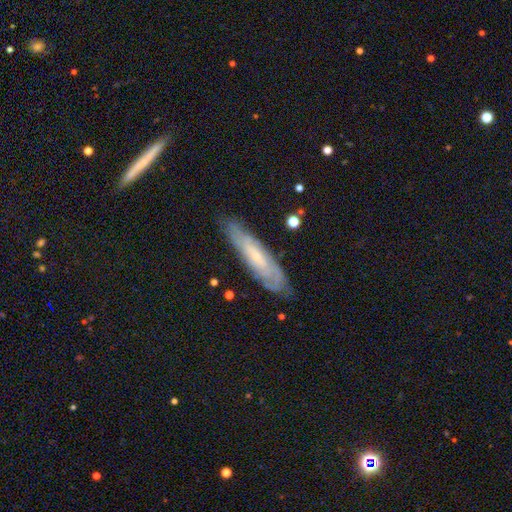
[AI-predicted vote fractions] This is likely a featured or disk galaxy (66%). It is likely not viewed edge-on (63%). Merging: likely none (79%).